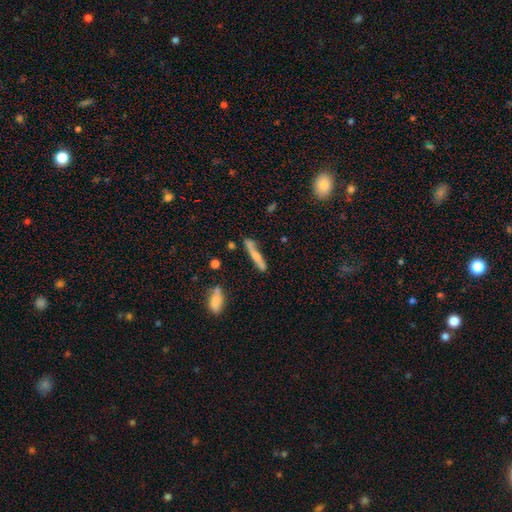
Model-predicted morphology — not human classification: Smooth or featured? Predicted: smooth (p=0.53). How rounded? Predicted: cigar-shaped (p=0.91). Merging? Predicted: none (p=0.69).